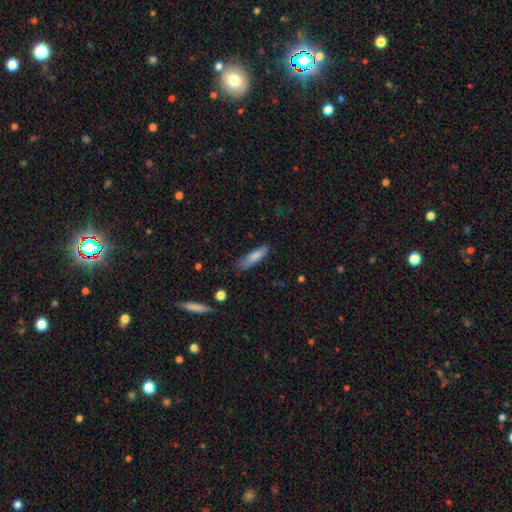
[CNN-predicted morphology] A smooth galaxy with no disk features (80%) that is cigar-shaped (67%).

Vote fractions:
- Smooth or featured? smooth: 80% / featured or disk: 13% / star or artifact: 7%
- How rounded? cigar-shaped: 67% / in between: 32% / round: 2%
- Merging? none: 72% / minor disturbance: 21% / major disturbance: 5% / merger: 2%